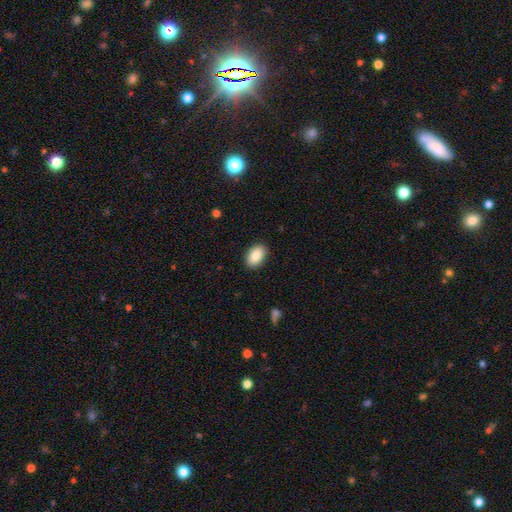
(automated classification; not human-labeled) A smooth galaxy with no disk features (88%) that is in between round and cigar-shaped (91%). Merging: none (90%).